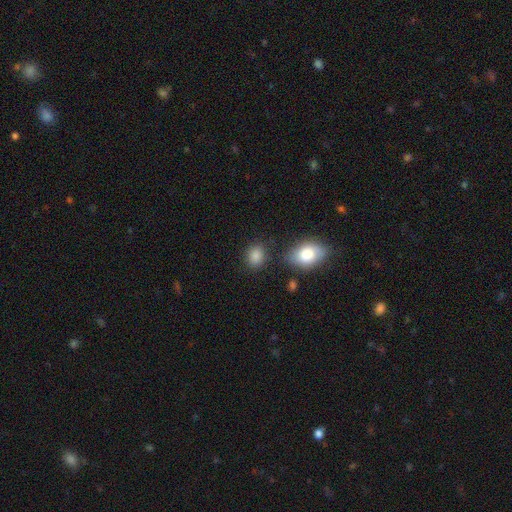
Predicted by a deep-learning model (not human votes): Smooth or featured? smooth (86%)
How rounded? in between (61%)
Merging? none (77%)